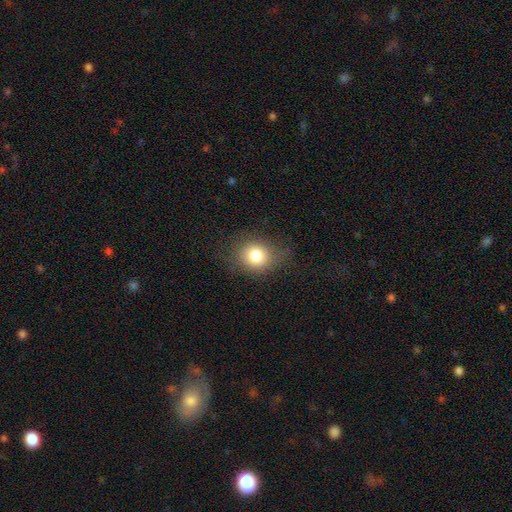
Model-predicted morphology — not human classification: smooth_or_featured: smooth (p=0.80) [alt: star or artifact p=0.11]
how_rounded: round (p=0.71) [alt: in between p=0.28]
merging: none (p=0.78) [alt: minor disturbance p=0.15]